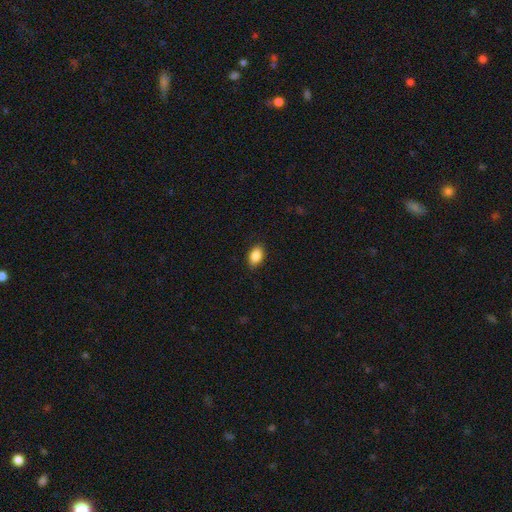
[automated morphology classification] This appears to be a smooth galaxy with no disk features (88%) that is in between round and cigar-shaped (88%). Merging: none (87%).